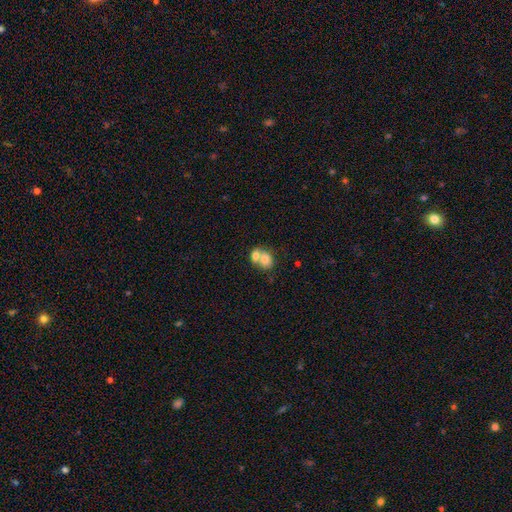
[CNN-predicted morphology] Smooth or featured? smooth (74%)
How rounded? in between (54%)
Merging? merger (69%)